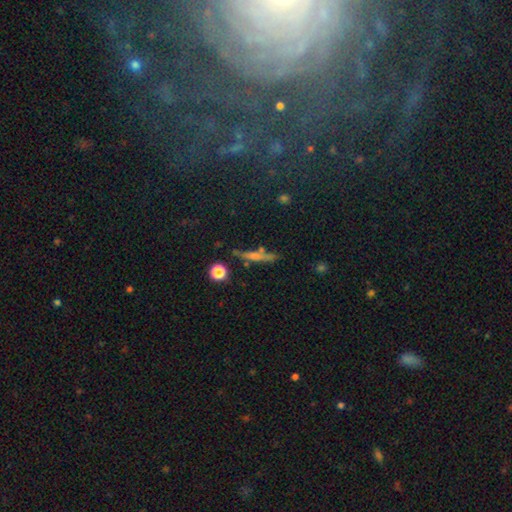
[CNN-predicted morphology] type=smooth (53%); roundness=cigar-shaped (84%); merging=none (69%).